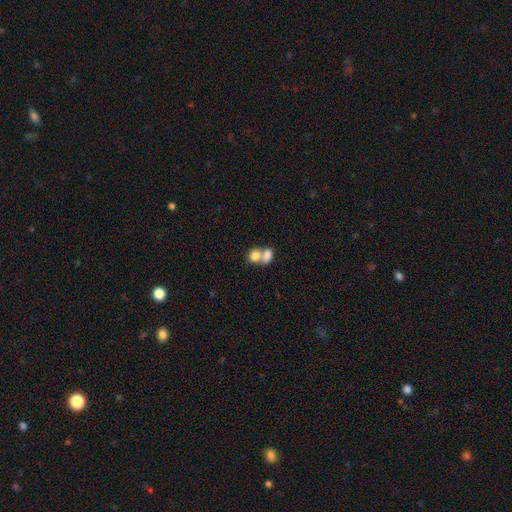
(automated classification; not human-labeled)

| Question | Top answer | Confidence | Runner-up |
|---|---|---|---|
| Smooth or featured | smooth | 79% | featured or disk (13%) |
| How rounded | in between | 58% | round (41%) |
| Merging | merger | 72% | none (20%) |